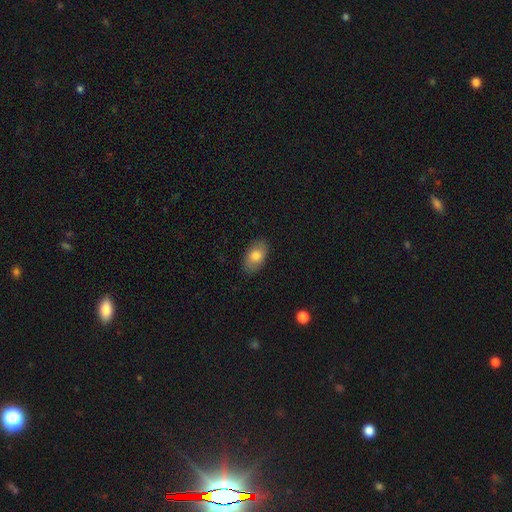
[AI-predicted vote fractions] A smooth galaxy with no disk features (78%) that is in between round and cigar-shaped (92%).

Vote fractions:
- Smooth or featured? smooth: 78% / featured or disk: 15% / star or artifact: 7%
- How rounded? in between: 92% / round: 7% / cigar-shaped: 1%
- Merging? none: 86% / minor disturbance: 11% / major disturbance: 2% / merger: 1%